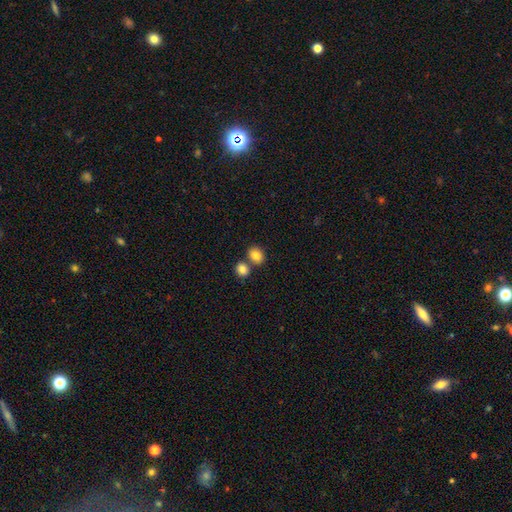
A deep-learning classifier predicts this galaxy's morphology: Smooth or featured? Predicted: smooth (p=0.84). How rounded? Predicted: round (p=0.53). Merging? Predicted: none (p=0.59).